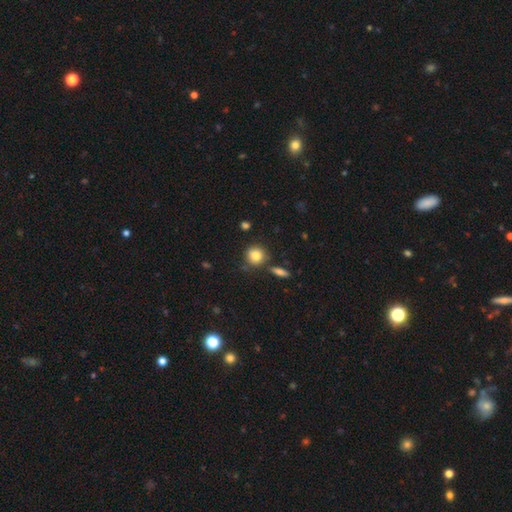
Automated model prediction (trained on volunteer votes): Smooth or featured?
  - smooth: 83% *
  - star or artifact: 9%
  - featured or disk: 8%
How rounded?
  - round: 87% *
  - in between: 12%
  - cigar-shaped: 1%
Merging?
  - none: 77% *
  - minor disturbance: 12%
  - merger: 8%
  - major disturbance: 3%